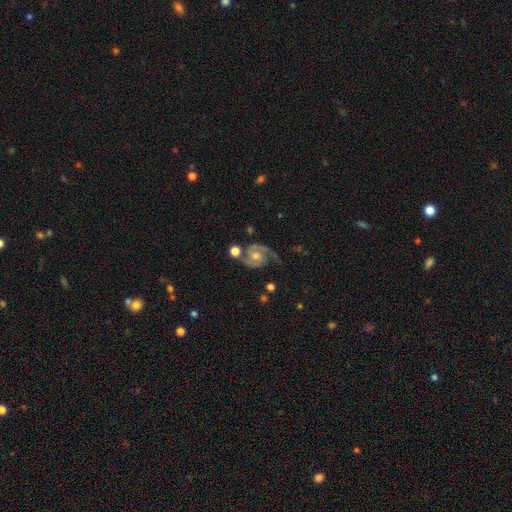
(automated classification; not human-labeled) Morphology: type=featured or disk (88%); edge-on=no (98%); bar=no (66%); spiral arms=yes (97%); winding=medium (50%); arm count=2 (85%); bulge=moderate (63%); merging=none (60%).